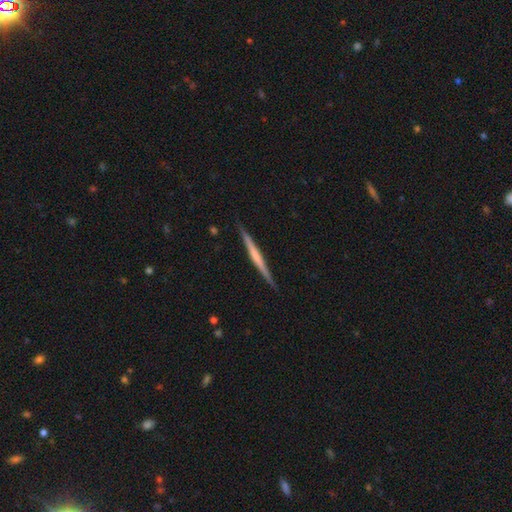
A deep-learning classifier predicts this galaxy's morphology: A featured or disk galaxy (59%) viewed edge-on (98%) with no central bulge (69%).

Vote fractions:
- Smooth or featured? featured or disk: 59% / smooth: 36% / star or artifact: 5%
- Edge-on disk? yes: 98% / no: 2%
- Edge-on bulge? none: 69% / rounded: 20% / boxy: 11%
- Merging? none: 91% / minor disturbance: 7% / major disturbance: 1% / merger: 1%